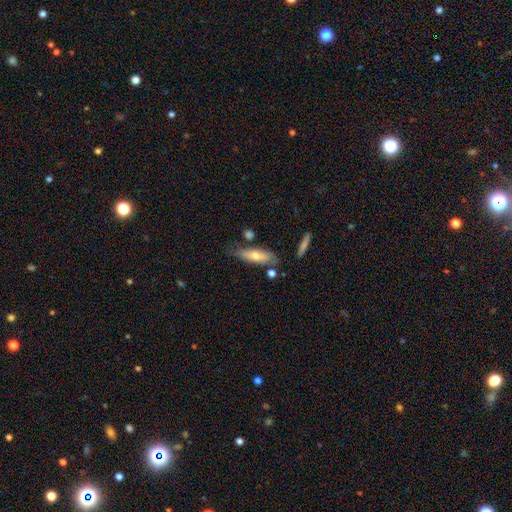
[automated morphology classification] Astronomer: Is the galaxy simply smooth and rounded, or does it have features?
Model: smooth — 65%.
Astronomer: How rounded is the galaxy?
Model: cigar-shaped — 51% (runner-up: in between, 47%).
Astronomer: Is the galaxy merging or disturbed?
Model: none — 64%.